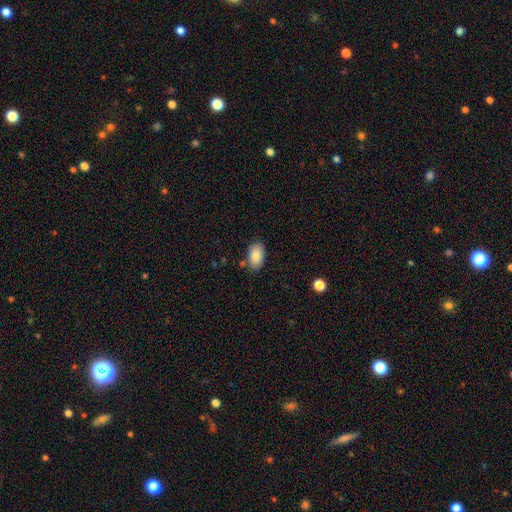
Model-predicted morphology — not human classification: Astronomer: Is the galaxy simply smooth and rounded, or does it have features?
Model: smooth — 85%.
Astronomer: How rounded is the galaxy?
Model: in between — 92%.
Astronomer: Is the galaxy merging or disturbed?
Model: none — 80%.